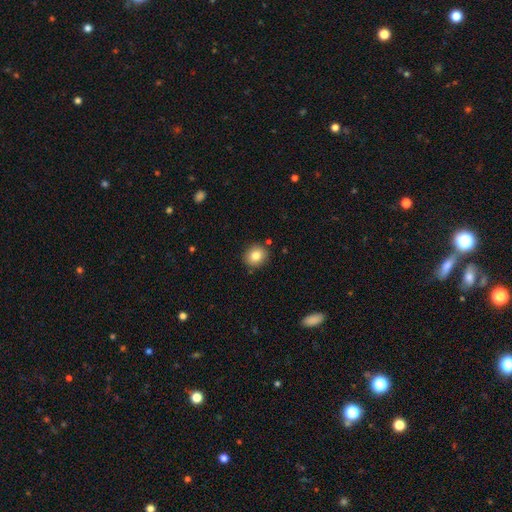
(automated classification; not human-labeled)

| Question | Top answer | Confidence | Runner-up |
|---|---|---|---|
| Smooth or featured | smooth | 82% | star or artifact (10%) |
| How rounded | round | 81% | in between (18%) |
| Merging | none | 88% | minor disturbance (8%) |